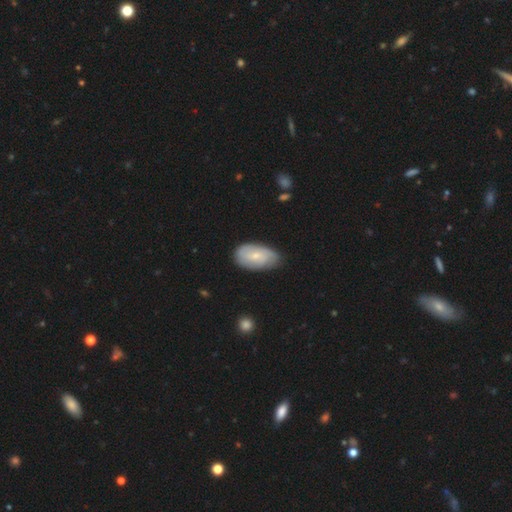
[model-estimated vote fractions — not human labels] smooth-or-featured: featured or disk: 49% | smooth: 45% | star or artifact: 6%
  merging: none: 71% | minor disturbance: 23% | major disturbance: 4% | merger: 1%